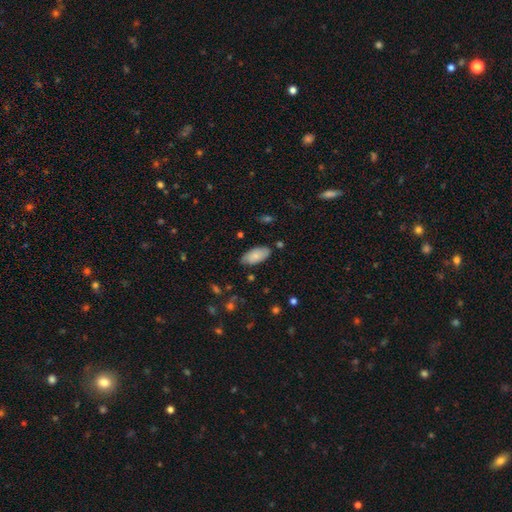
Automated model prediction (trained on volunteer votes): Morphology: type=smooth (79%); roundness=in between (93%); merging=none (79%).